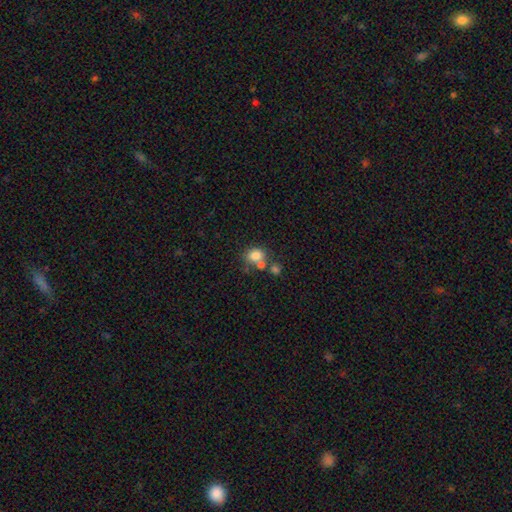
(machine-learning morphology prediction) The model was most divided on "how rounded": round: 57%, in between: 42%, cigar-shaped: 1%. Remaining: smooth or featured — smooth (79%); merging — none (50%).